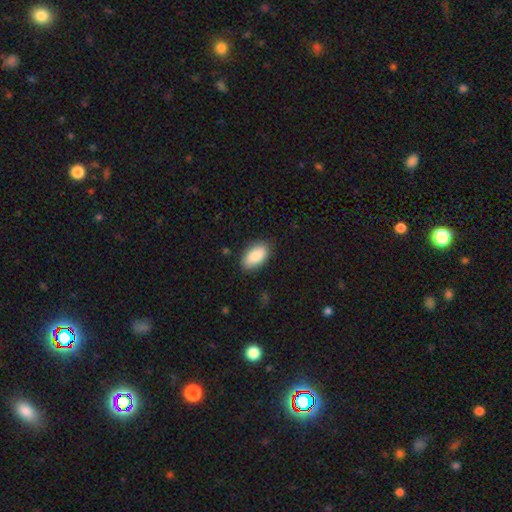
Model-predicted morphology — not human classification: Smooth or featured: smooth — 87% (featured or disk — 7%)
How rounded: in between — 94% (round — 4%)
Merging: none — 85% (minor disturbance — 11%)